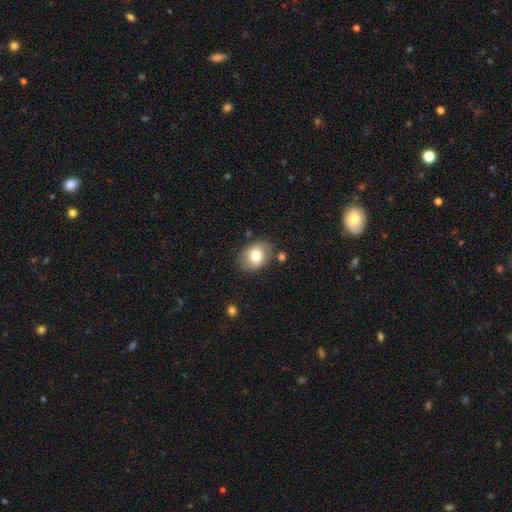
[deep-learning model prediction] Smooth or featured? smooth (76%)
How rounded? in between (60%)
Merging? none (75%)